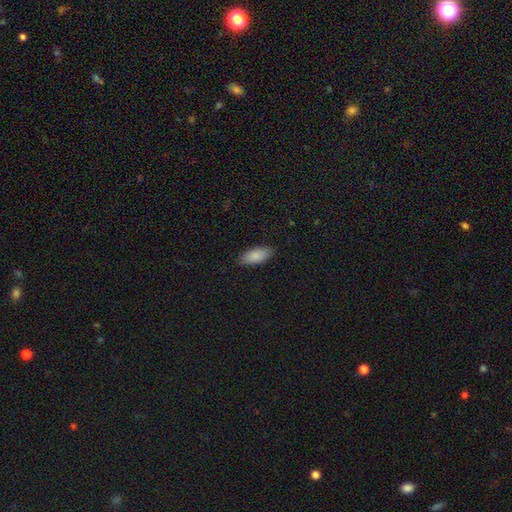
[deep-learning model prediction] Smooth or featured: smooth — 87% (featured or disk — 7%)
How rounded: in between — 85% (cigar-shaped — 13%)
Merging: none — 86% (minor disturbance — 11%)